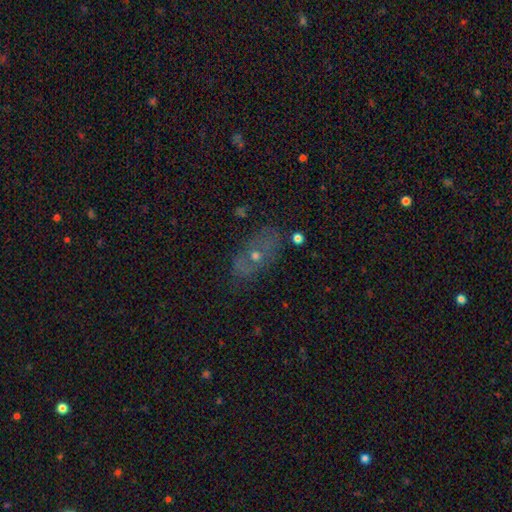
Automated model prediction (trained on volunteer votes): Overall: smooth (42%; featured or disk 40%). Merging: none (63%).